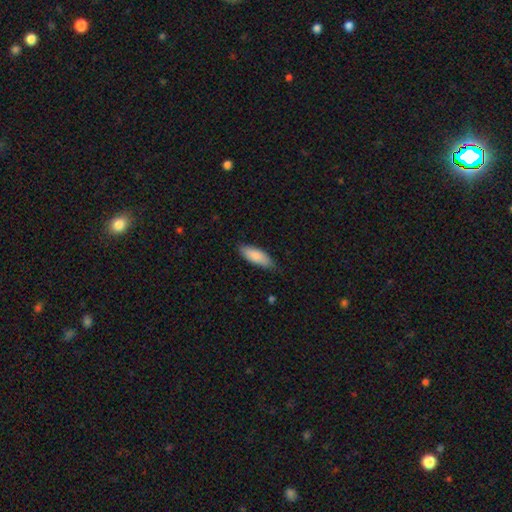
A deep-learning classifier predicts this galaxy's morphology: smooth 84%, featured or disk 10%, star or artifact 6%. Down the decision tree: how rounded — in between (71%); merging — none (77%).